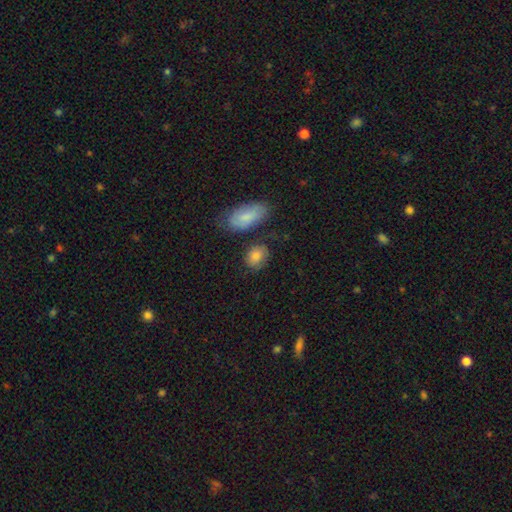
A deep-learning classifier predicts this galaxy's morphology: This appears to be a smooth galaxy with no disk features (82%) that is in between round and cigar-shaped (57%). Merging: none (67%).